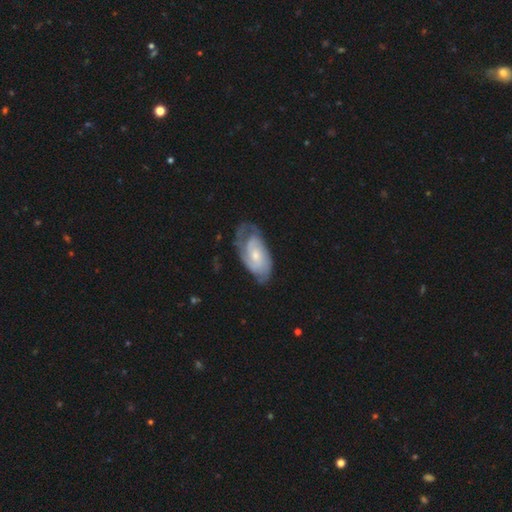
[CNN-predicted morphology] Smooth or featured?
  - featured or disk: 74% *
  - smooth: 21%
  - star or artifact: 5%
Edge-on disk?
  - no: 95% *
  - yes: 5%
Bar?
  - no: 67% *
  - weak: 28%
  - strong: 5%
Spiral arms?
  - yes: 90% *
  - no: 10%
Spiral winding?
  - tight: 55% *
  - medium: 34%
  - loose: 11%
Spiral arm count?
  - 2: 43% *
  - can't tell: 34%
  - 3: 11%
  - 1: 7%
  - 4: 3%
  - more than 4: 2%
Bulge size?
  - small: 55% *
  - moderate: 39%
  - large: 3%
  - none: 3%
  - dominant: 1%
Merging?
  - none: 54% *
  - minor disturbance: 28%
  - major disturbance: 16%
  - merger: 2%